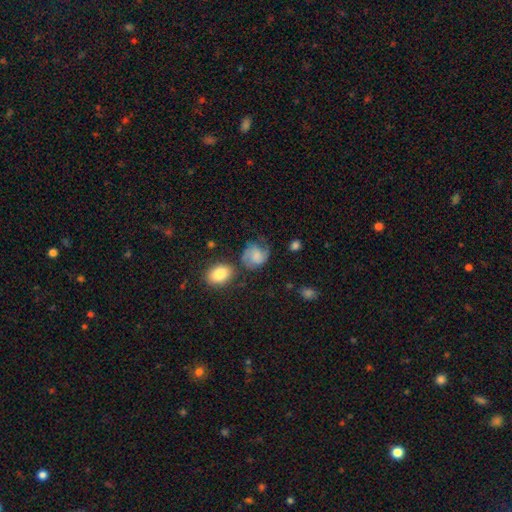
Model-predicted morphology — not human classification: The model was most divided on "smooth or featured": smooth: 49%, featured or disk: 42%, star or artifact: 9%. More confident: merging — none (51%).